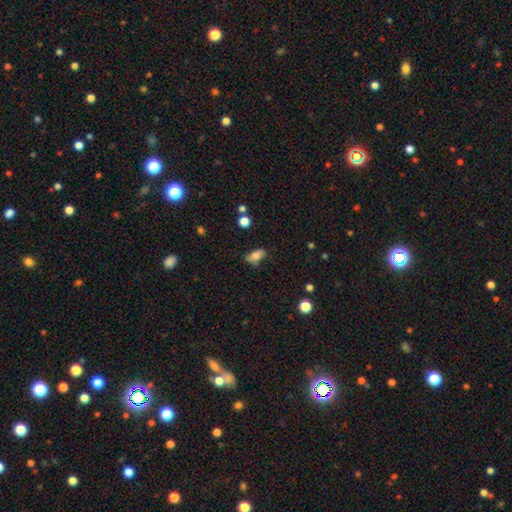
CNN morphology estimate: Overall: smooth (73%). How rounded: in between (85%). Merging: none (70%).